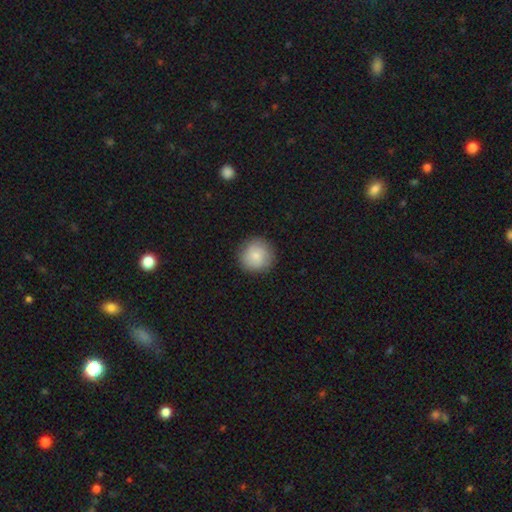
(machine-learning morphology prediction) Smooth or featured: smooth — 83% (featured or disk — 10%)
How rounded: round — 94% (in between — 5%)
Merging: none — 89% (minor disturbance — 8%)